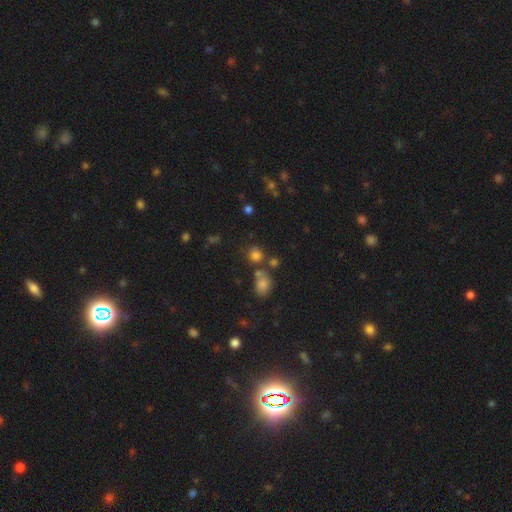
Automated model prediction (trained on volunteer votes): Smooth or featured?
  - smooth: 76% *
  - star or artifact: 17%
  - featured or disk: 7%
How rounded?
  - round: 78% *
  - in between: 21%
  - cigar-shaped: 1%
Merging?
  - none: 64% *
  - merger: 19%
  - minor disturbance: 12%
  - major disturbance: 5%